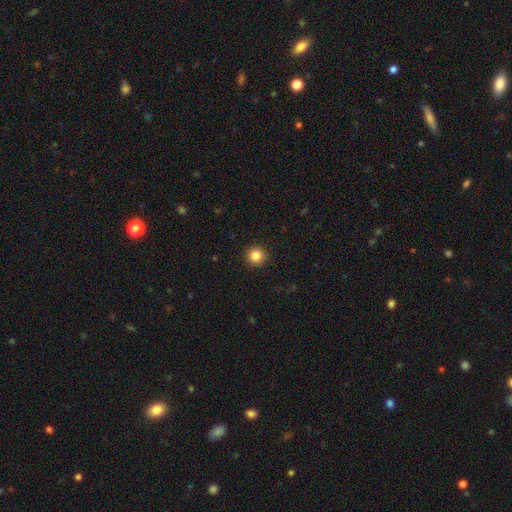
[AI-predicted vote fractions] A smooth galaxy with no disk features (84%) that is round (96%).

Vote fractions:
- Smooth or featured? smooth: 84% / star or artifact: 11% / featured or disk: 4%
- How rounded? round: 96% / in between: 4% / cigar-shaped: 1%
- Merging? none: 93% / minor disturbance: 5% / major disturbance: 2% / merger: 1%